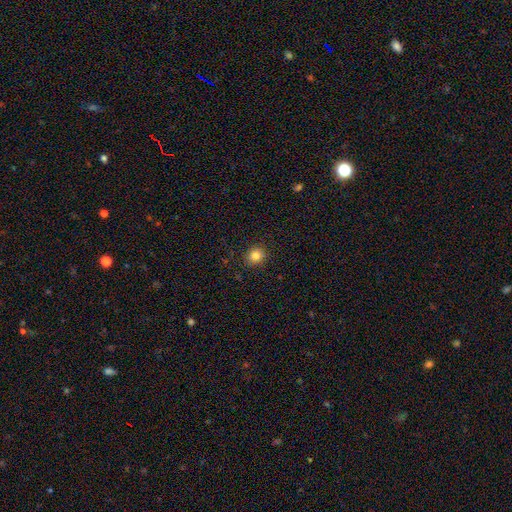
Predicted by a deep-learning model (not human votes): This appears to be a smooth galaxy with no disk features (83%) that is round (83%). Merging: none (90%).